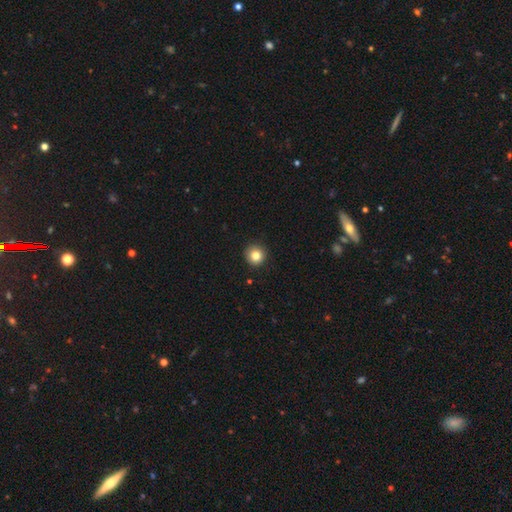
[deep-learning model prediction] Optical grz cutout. It shows a smooth galaxy with no disk features (82%) that is round (95%). Merging: none (92%).